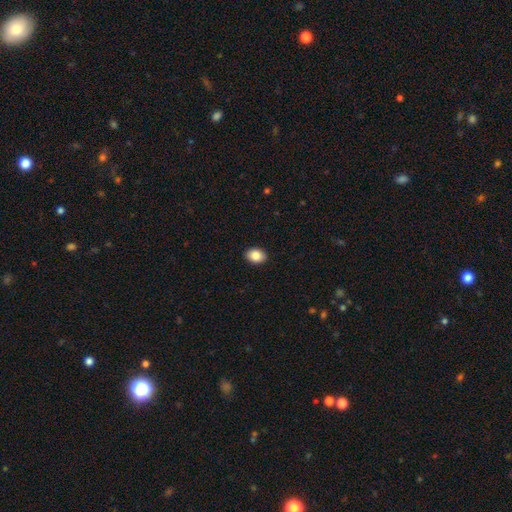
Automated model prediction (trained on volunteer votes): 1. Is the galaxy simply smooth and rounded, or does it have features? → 86% smooth, 8% star or artifact, 6% featured or disk.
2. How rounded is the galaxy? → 76% in between, 23% round, 1% cigar-shaped.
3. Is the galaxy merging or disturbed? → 91% none, 7% minor disturbance, 2% major disturbance, 1% merger.